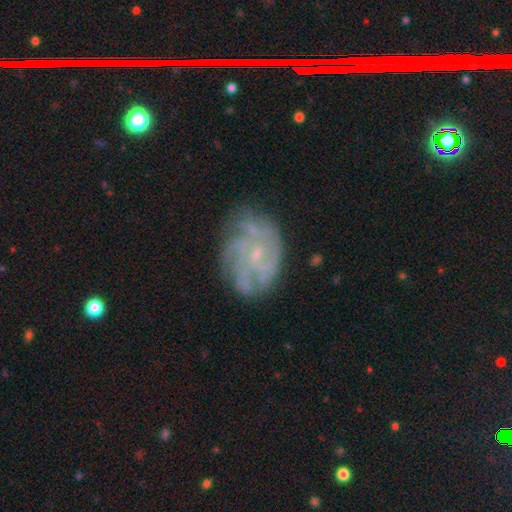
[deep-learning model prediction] The model was most divided on "spiral arm count": can't tell: 38%, 4: 23%, 3: 13%, more than 4: 11%, 2: 9%, 1: 7%. More confident: edge-on disk — no (98%); spiral arms — yes (90%); smooth or featured — featured or disk (79%); bulge size — small (73%); merging — none (69%); bar — no (68%); spiral winding — tight (54%).